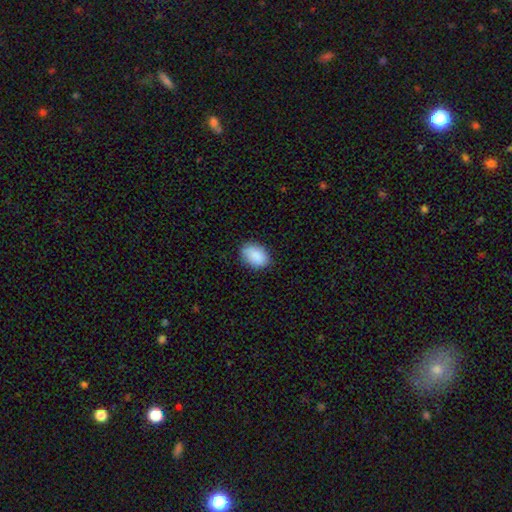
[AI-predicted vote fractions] smooth_or_featured: smooth (p=0.88) [alt: star or artifact p=0.07]
how_rounded: in between (p=0.86) [alt: round p=0.13]
merging: none (p=0.81) [alt: minor disturbance p=0.15]